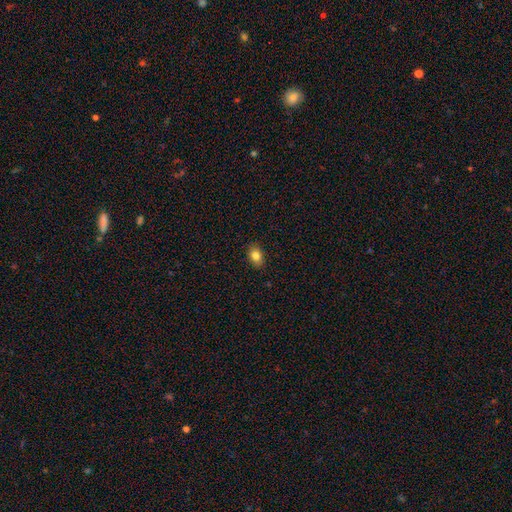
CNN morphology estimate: smooth-or-featured: smooth: 83% | star or artifact: 10% | featured or disk: 8%
  how-rounded: in between: 77% | round: 21% | cigar-shaped: 1%
  merging: none: 88% | minor disturbance: 9% | major disturbance: 2% | merger: 1%